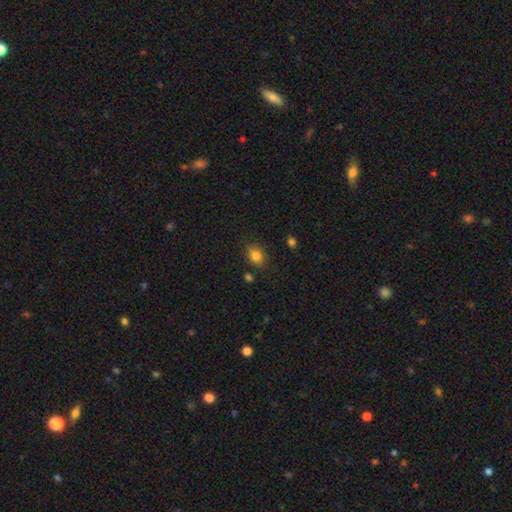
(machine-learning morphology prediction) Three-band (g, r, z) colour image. It shows a smooth galaxy with no disk features (82%) that is in between round and cigar-shaped (65%). Merging: none (79%).